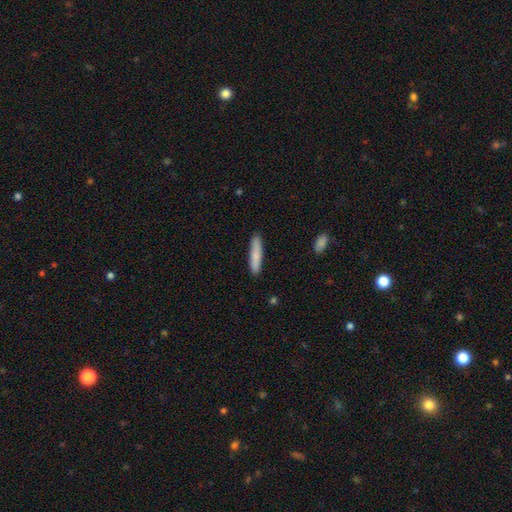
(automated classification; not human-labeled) Morphology: type=smooth (81%); roundness=cigar-shaped (87%); merging=none (89%).